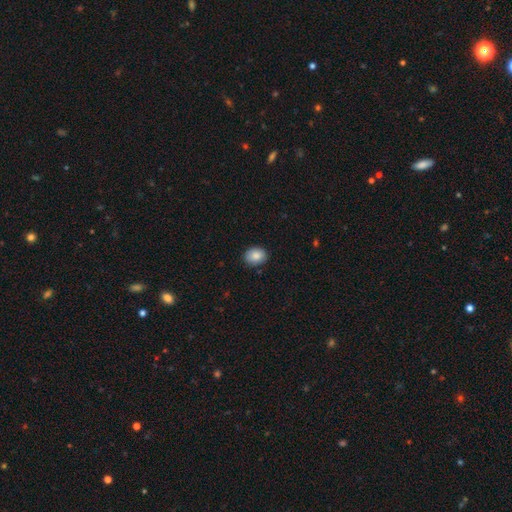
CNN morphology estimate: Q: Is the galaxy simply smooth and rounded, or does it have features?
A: smooth — 86%.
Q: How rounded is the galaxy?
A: in between — 57%.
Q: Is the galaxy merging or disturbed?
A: none — 86%.